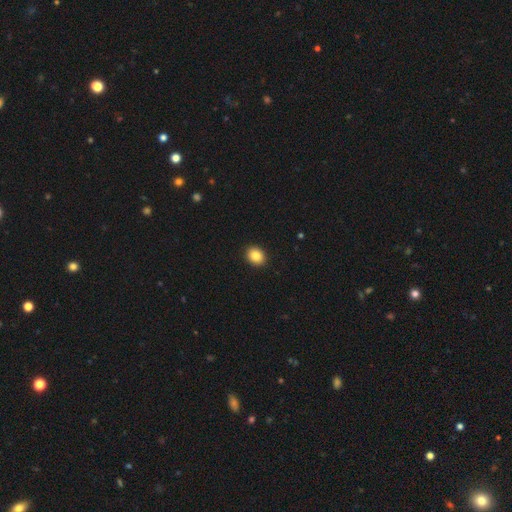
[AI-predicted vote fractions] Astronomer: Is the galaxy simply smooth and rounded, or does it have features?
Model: smooth — 86%.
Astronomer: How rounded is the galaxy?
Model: round — 61% (runner-up: in between, 39%).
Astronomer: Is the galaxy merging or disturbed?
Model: none — 92%.